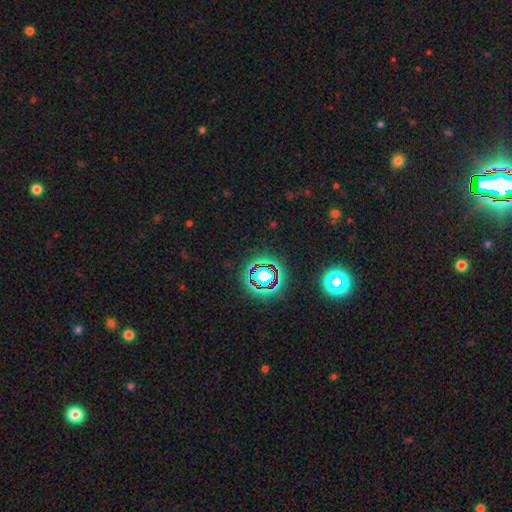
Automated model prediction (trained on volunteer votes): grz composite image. It shows a star or artifact, not a galaxy (70%).